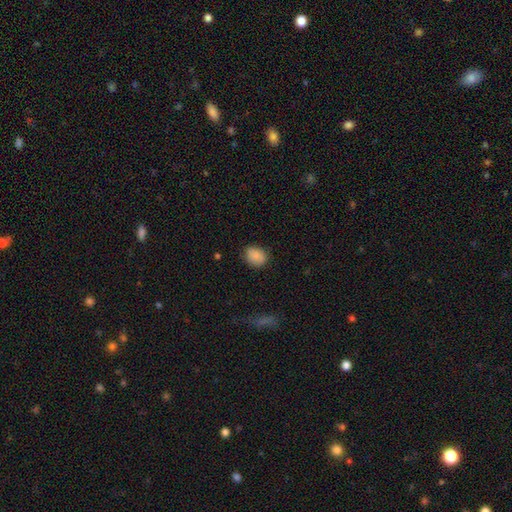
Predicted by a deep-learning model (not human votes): This appears to be a smooth galaxy with no disk features (85%) that is round (51%). Merging: none (76%).